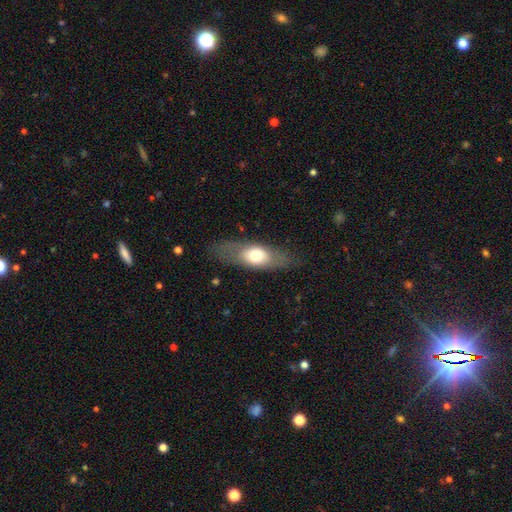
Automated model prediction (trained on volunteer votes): Q: Smooth or featured?
A: smooth (60%); runner-up: featured or disk (34%)
Q: How rounded?
A: in between (67%); runner-up: cigar-shaped (26%)
Q: Merging?
A: none (78%); runner-up: minor disturbance (14%)